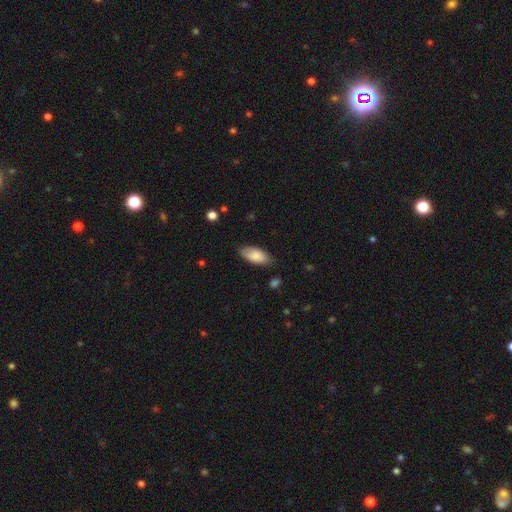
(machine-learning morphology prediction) This appears to be a smooth galaxy with no disk features (83%) that is in between round and cigar-shaped (90%). Merging: none (79%).